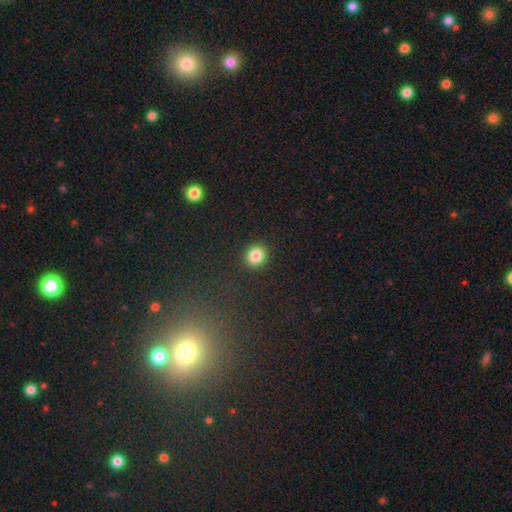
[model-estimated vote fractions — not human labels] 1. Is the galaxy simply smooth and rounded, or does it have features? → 84% smooth, 11% star or artifact, 6% featured or disk.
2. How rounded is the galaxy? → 72% round, 27% in between, 1% cigar-shaped.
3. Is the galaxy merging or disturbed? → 90% none, 6% minor disturbance, 2% major disturbance, 1% merger.